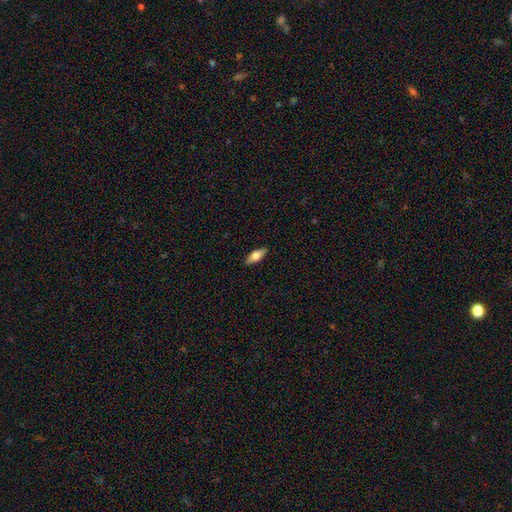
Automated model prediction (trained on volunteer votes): Overall: smooth (68%). How rounded: in between (74%). Merging: none (88%).